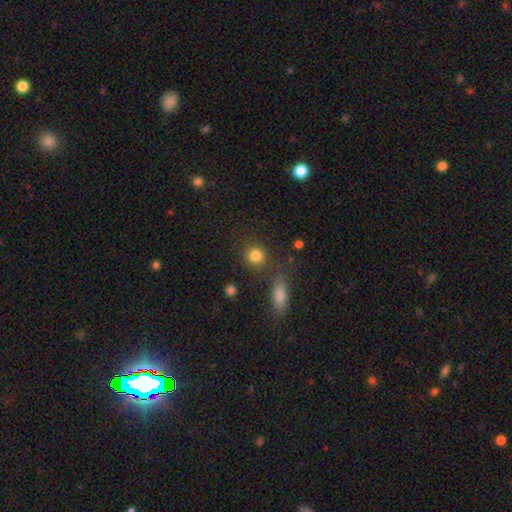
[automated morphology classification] type=smooth (83%); roundness=round (86%); merging=none (74%).